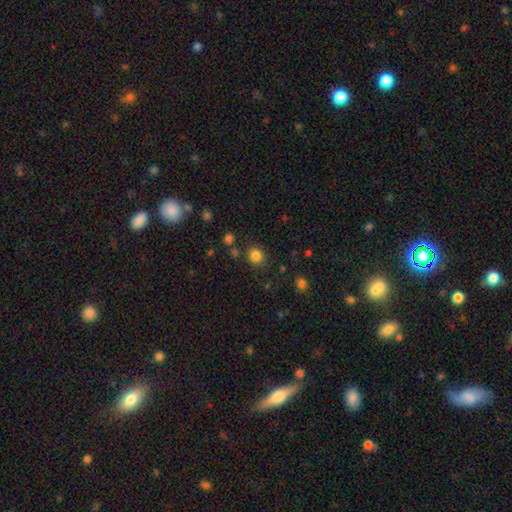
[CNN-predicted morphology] A smooth galaxy with no disk features (82%) that is round (85%). Merging: none (83%).